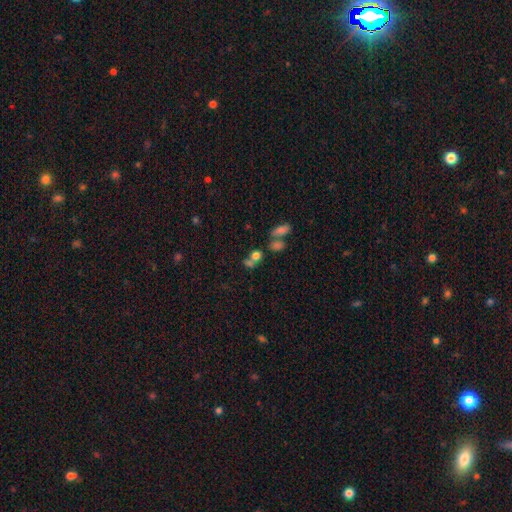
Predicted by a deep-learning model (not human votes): This appears to be a smooth galaxy with no disk features (71%) that is round (60%). Merging: merger (42%, tied with none).